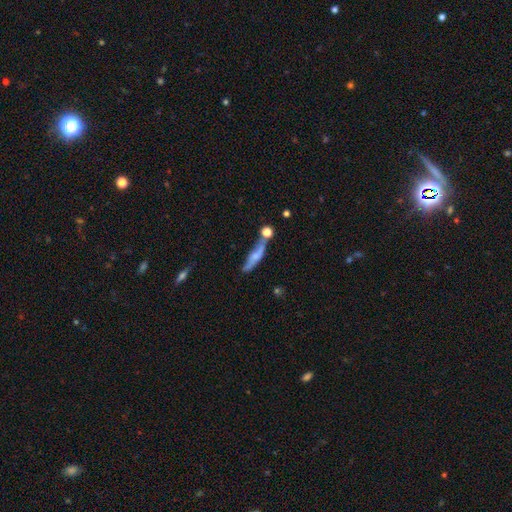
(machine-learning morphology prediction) Smooth or featured? smooth (49%)
Merging? none (48%)